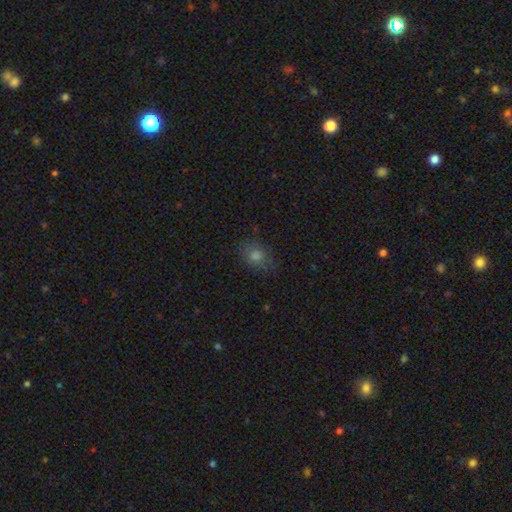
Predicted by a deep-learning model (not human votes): A smooth galaxy with no disk features (72%) that is in between round and cigar-shaped (60%).

Vote fractions:
- Smooth or featured? smooth: 72% / star or artifact: 18% / featured or disk: 11%
- How rounded? in between: 60% / round: 38% / cigar-shaped: 2%
- Merging? none: 79% / minor disturbance: 16% / major disturbance: 4% / merger: 1%